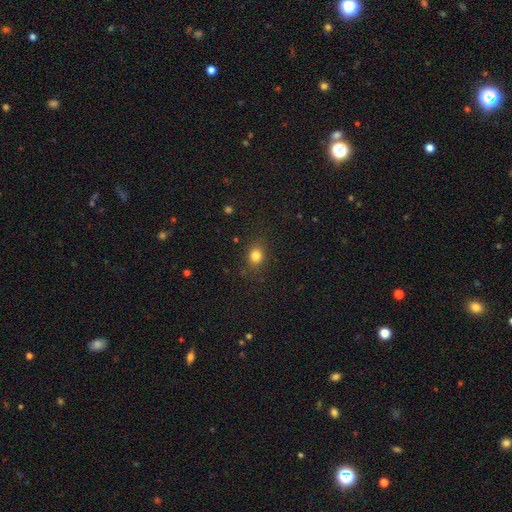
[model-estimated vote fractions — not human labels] smooth_or_featured: smooth (p=0.82) [alt: star or artifact p=0.13]
how_rounded: round (p=0.60) [alt: in between p=0.38]
merging: none (p=0.83) [alt: minor disturbance p=0.12]